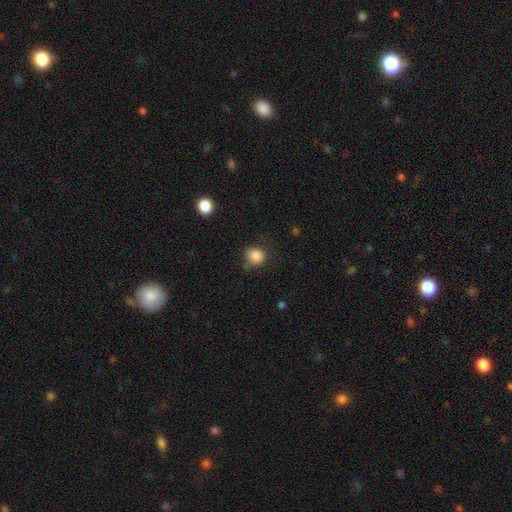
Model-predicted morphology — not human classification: This appears to be a smooth galaxy with no disk features (85%) that is round (76%). Merging: none (66%).